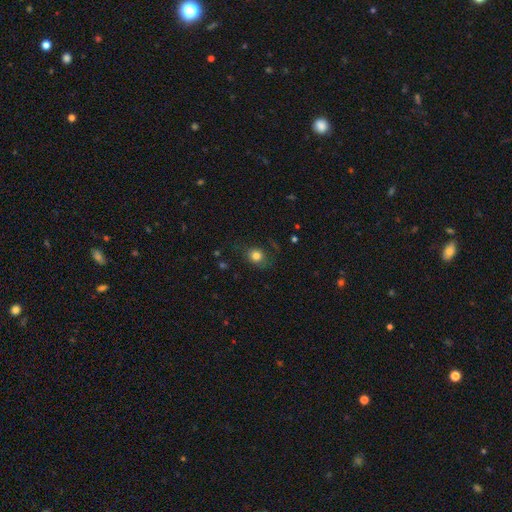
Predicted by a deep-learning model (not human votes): A smooth galaxy with no disk features (79%) that is round (70%).

Vote fractions:
- Smooth or featured? smooth: 79% / star or artifact: 12% / featured or disk: 9%
- How rounded? round: 70% / in between: 29% / cigar-shaped: 1%
- Merging? none: 75% / minor disturbance: 16% / major disturbance: 7% / merger: 1%